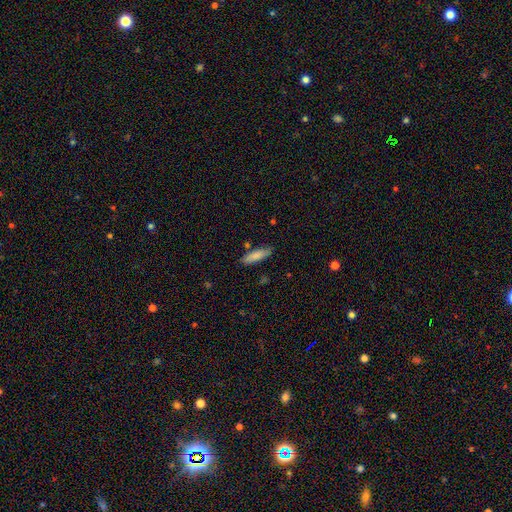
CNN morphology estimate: A smooth galaxy with no disk features (82%) that is cigar-shaped (65%). Merging: none (80%).